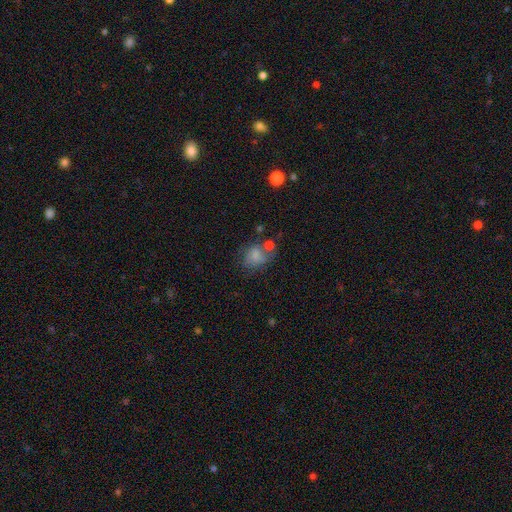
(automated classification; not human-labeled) smooth 71%, featured or disk 17%, star or artifact 12%. Down the decision tree: how rounded — round (52%); merging — none (44%).